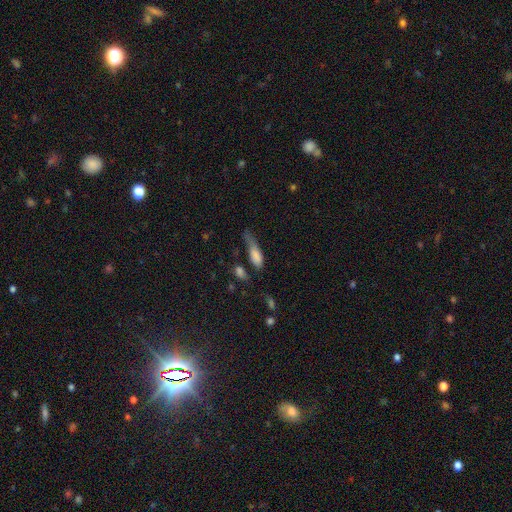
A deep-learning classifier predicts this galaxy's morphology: Overall: smooth (77%). How rounded: in between (58%; cigar-shaped 39%). Merging: minor disturbance (32%; major disturbance 29%).